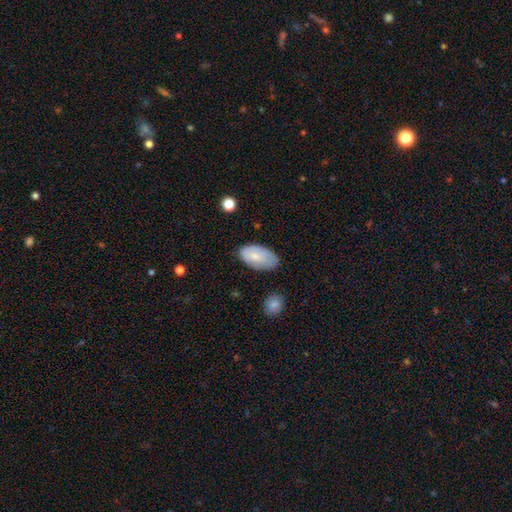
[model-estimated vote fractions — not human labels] The model was most divided on "merging": none: 66%, minor disturbance: 26%, major disturbance: 5%, merger: 2%. More confident: how rounded — in between (94%); smooth or featured — smooth (71%).